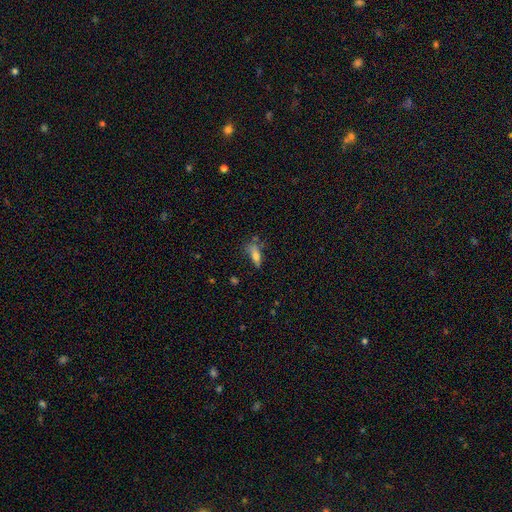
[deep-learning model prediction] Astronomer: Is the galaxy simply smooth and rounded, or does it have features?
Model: smooth — 68%.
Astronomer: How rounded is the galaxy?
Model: in between — 60% (runner-up: cigar-shaped, 36%).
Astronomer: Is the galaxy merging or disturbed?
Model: none — 50% (runner-up: minor disturbance, 29%).